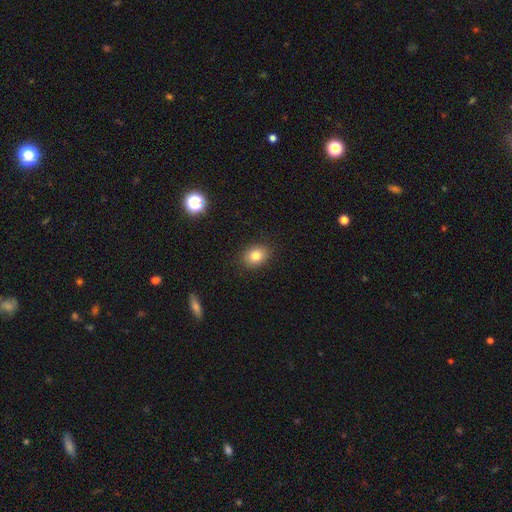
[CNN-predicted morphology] smooth 81%, star or artifact 10%, featured or disk 8%. Down the decision tree: how rounded — in between (61%); merging — none (88%).